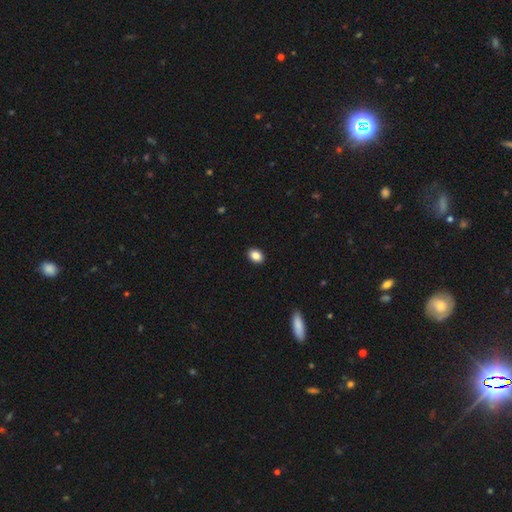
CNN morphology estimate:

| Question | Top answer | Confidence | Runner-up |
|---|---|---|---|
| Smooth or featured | smooth | 87% | star or artifact (9%) |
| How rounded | in between | 70% | round (29%) |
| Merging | none | 91% | minor disturbance (6%) |